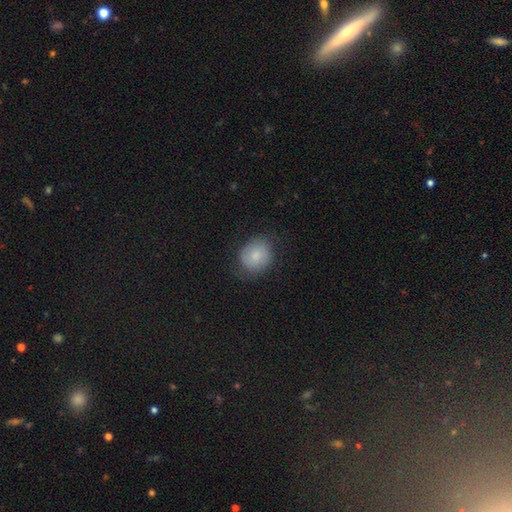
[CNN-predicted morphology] A smooth galaxy with no disk features (77%) that is round (68%).

Vote fractions:
- Smooth or featured? smooth: 77% / featured or disk: 15% / star or artifact: 8%
- How rounded? round: 68% / in between: 31% / cigar-shaped: 1%
- Merging? none: 76% / minor disturbance: 18% / major disturbance: 6% / merger: 1%